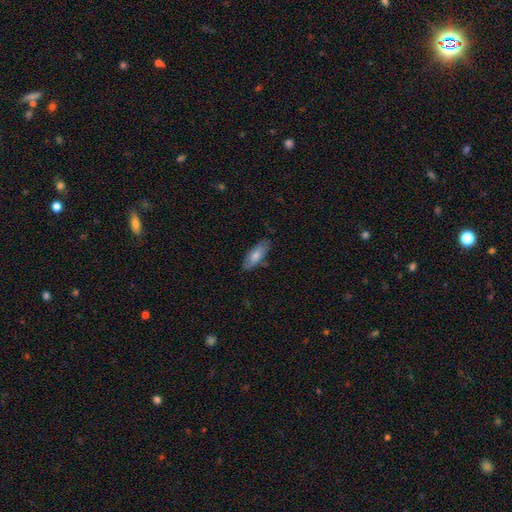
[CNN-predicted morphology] This appears to be a smooth galaxy with no disk features (74%) that is in between round and cigar-shaped (73%). Merging: none (77%).